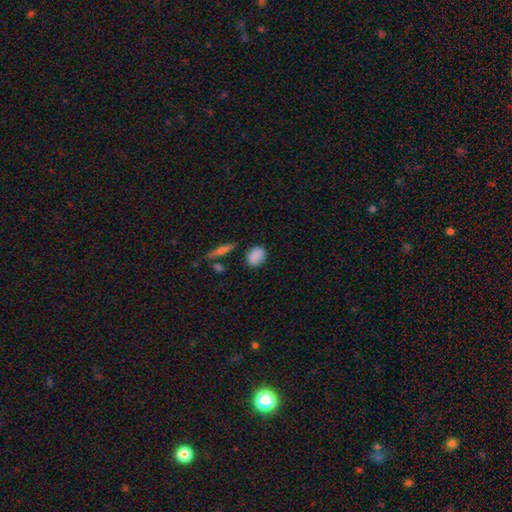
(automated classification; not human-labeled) Morphology: type=smooth (85%); roundness=in between (53%); merging=none (76%).